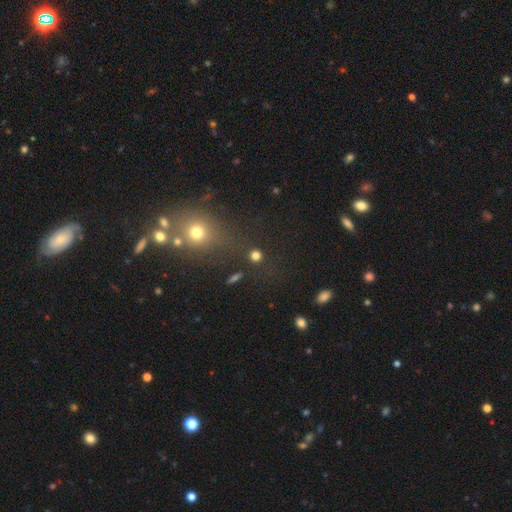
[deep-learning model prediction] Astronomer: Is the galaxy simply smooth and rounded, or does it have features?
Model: smooth — 77%.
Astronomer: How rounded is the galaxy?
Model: round — 89%.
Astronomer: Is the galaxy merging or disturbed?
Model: none — 83%.